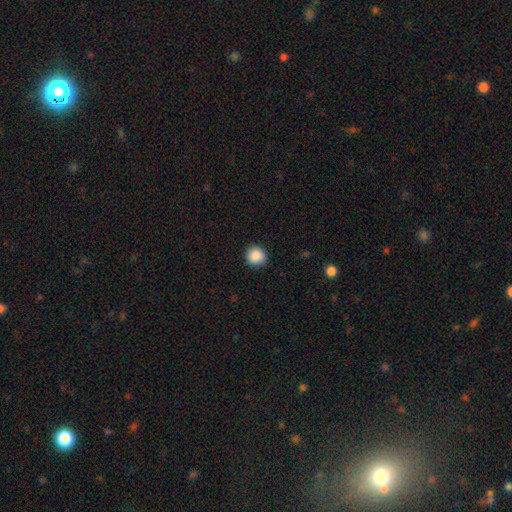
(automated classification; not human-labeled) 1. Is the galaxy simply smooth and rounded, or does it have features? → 89% smooth, 9% star or artifact, 3% featured or disk.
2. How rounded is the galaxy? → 93% round, 6% in between, 1% cigar-shaped.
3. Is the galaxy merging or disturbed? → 91% none, 6% minor disturbance, 2% major disturbance, 1% merger.